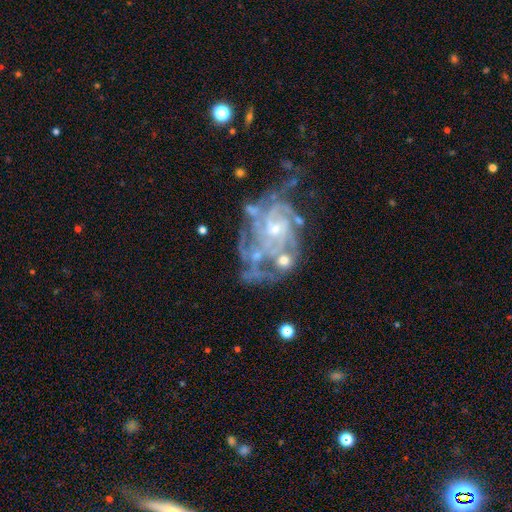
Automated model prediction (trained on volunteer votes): A featured or disk galaxy (87%) with no bar (69%), tight (63%) spiral arms (94%) and a small central bulge (73%).

Vote fractions:
- Smooth or featured? featured or disk: 87% / star or artifact: 8% / smooth: 5%
- Edge-on disk? no: 98% / yes: 2%
- Bar? no: 69% / weak: 24% / strong: 6%
- Spiral arms? yes: 94% / no: 6%
- Spiral winding? tight: 63% / medium: 29% / loose: 8%
- Spiral arm count? can't tell: 33% / 4: 21% / 3: 17% / 2: 12% / more than 4: 11% / 1: 7%
- Bulge size? small: 73% / moderate: 21% / none: 4% / large: 1% / dominant: 1%
- Merging? none: 45% / major disturbance: 23% / minor disturbance: 22% / merger: 10%